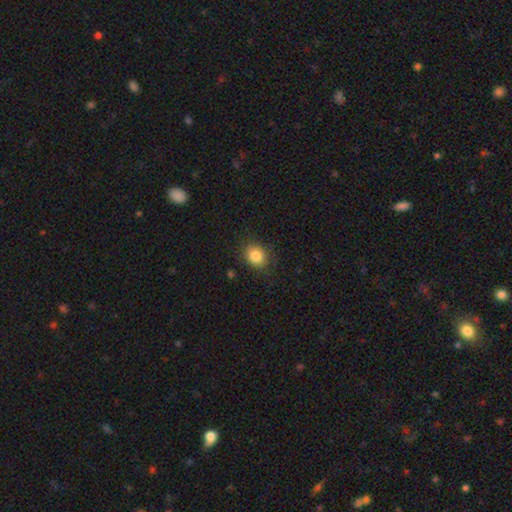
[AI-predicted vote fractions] Morphology: type=smooth (83%); roundness=round (61%); merging=none (85%).